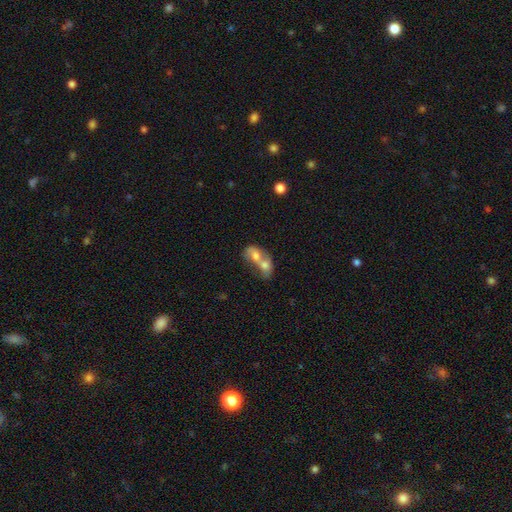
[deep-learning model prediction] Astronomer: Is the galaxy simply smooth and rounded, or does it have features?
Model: smooth — 63%.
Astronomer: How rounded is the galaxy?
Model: in between — 71%.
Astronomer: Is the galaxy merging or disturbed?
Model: merger — 83%.